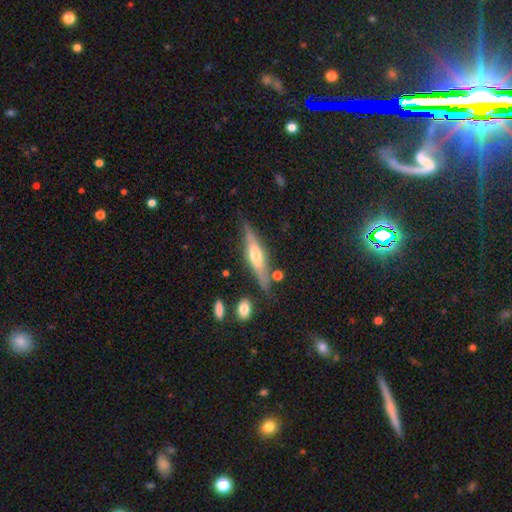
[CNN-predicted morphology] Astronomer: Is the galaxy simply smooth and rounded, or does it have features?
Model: featured or disk — 61%.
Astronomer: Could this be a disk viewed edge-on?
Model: yes — 92%.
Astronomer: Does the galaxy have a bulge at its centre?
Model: rounded — 86%.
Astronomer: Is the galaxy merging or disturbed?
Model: none — 78%.